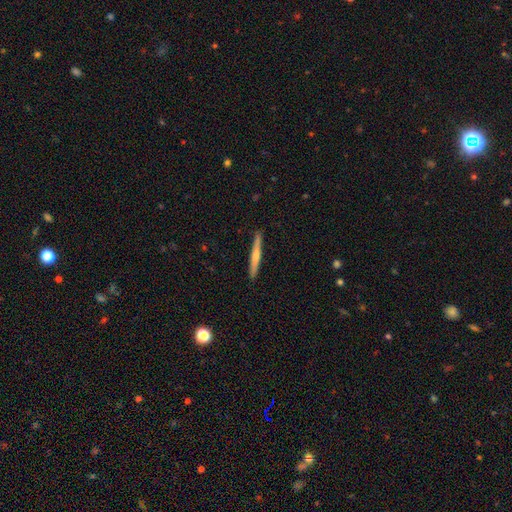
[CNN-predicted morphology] Smooth or featured?
  - smooth: 51% *
  - featured or disk: 43%
  - star or artifact: 5%
How rounded?
  - cigar-shaped: 96% *
  - in between: 3%
  - round: 1%
Merging?
  - none: 91% *
  - minor disturbance: 7%
  - major disturbance: 1%
  - merger: 1%